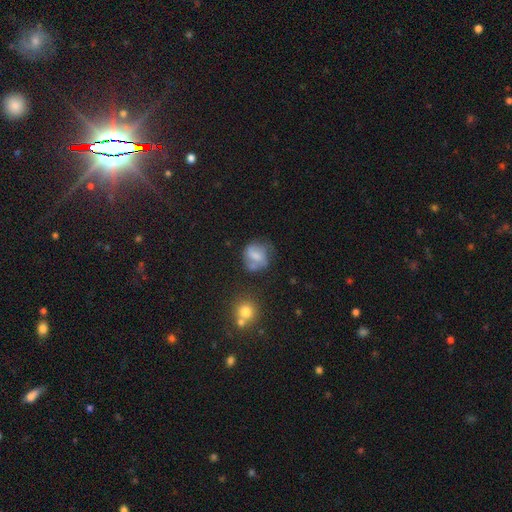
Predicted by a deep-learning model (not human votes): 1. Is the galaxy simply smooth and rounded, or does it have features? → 58% smooth, 32% featured or disk, 10% star or artifact.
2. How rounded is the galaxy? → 68% round, 30% in between, 2% cigar-shaped.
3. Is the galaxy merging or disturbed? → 50% none, 26% minor disturbance, 14% major disturbance, 11% merger.